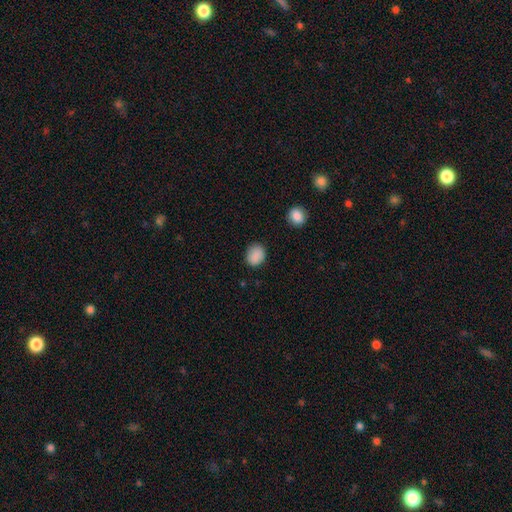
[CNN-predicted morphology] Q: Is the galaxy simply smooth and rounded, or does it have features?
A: smooth — 88%.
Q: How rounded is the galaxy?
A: round — 57%.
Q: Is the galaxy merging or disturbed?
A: none — 84%.